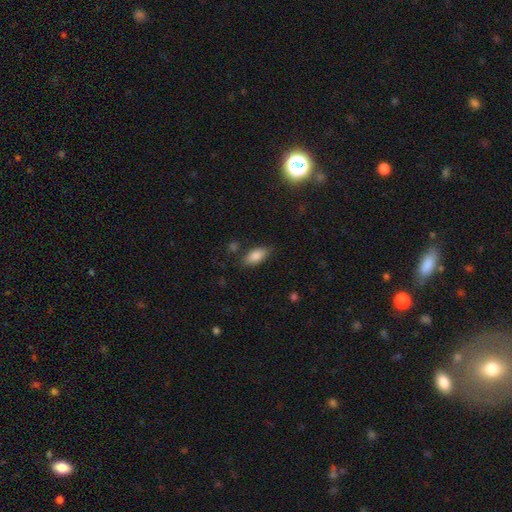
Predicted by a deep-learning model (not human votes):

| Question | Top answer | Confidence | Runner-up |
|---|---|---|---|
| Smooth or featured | smooth | 85% | featured or disk (8%) |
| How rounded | in between | 88% | cigar-shaped (9%) |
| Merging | none | 78% | minor disturbance (15%) |